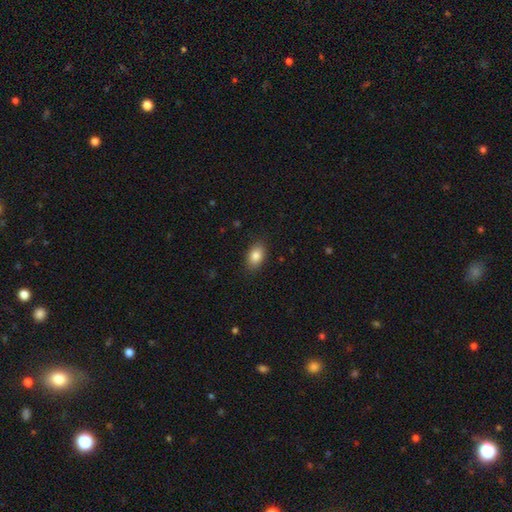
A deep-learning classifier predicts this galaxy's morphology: A smooth galaxy with no disk features (84%) that is in between round and cigar-shaped (88%). Merging: none (87%).